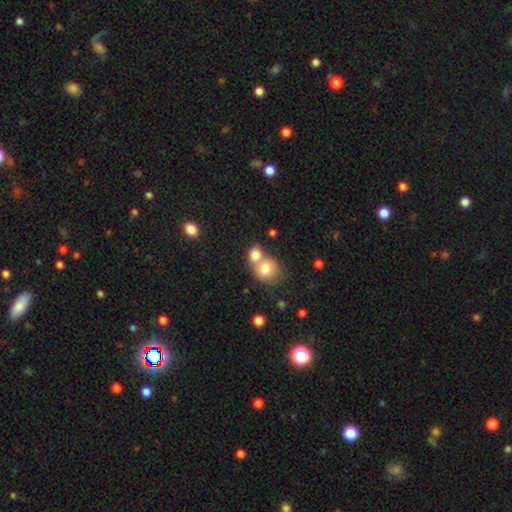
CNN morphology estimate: A smooth galaxy with no disk features (78%) that is round (62%). Merging: merger (64%).